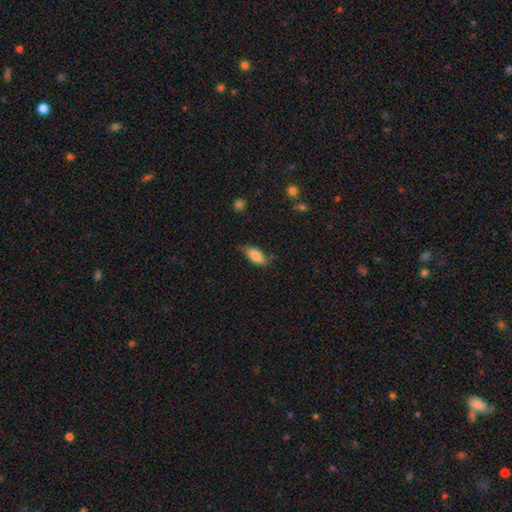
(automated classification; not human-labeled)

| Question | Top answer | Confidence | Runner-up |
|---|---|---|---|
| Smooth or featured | smooth | 85% | featured or disk (9%) |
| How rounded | in between | 86% | cigar-shaped (12%) |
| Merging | none | 70% | minor disturbance (24%) |